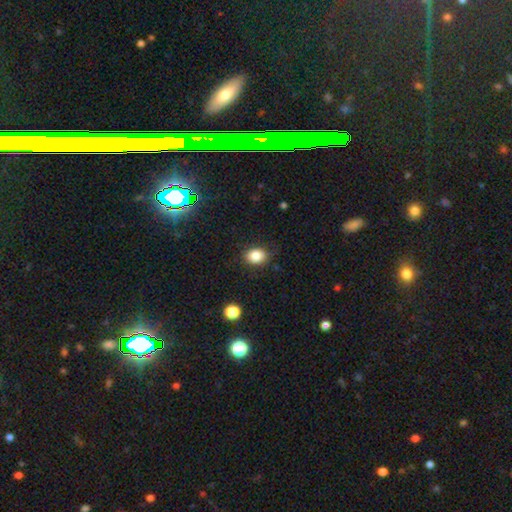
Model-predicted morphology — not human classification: Smooth or featured? smooth (84%)
How rounded? in between (55%)
Merging? none (83%)